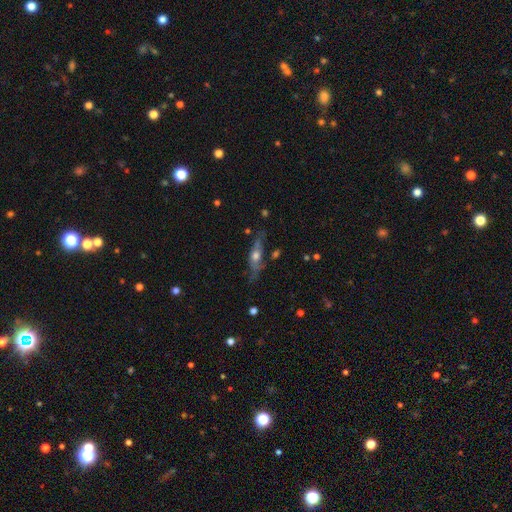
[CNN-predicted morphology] This is possibly a featured or disk galaxy (54%). It is likely viewed edge-on (66%). Merging: possibly none (56%).